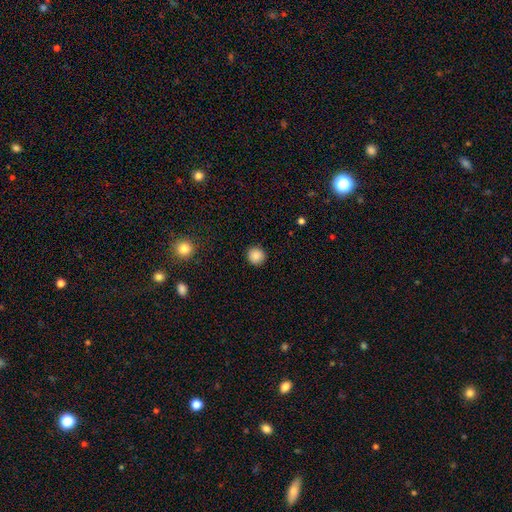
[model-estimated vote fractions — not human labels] Smooth or featured? smooth (87%)
How rounded? round (93%)
Merging? none (91%)